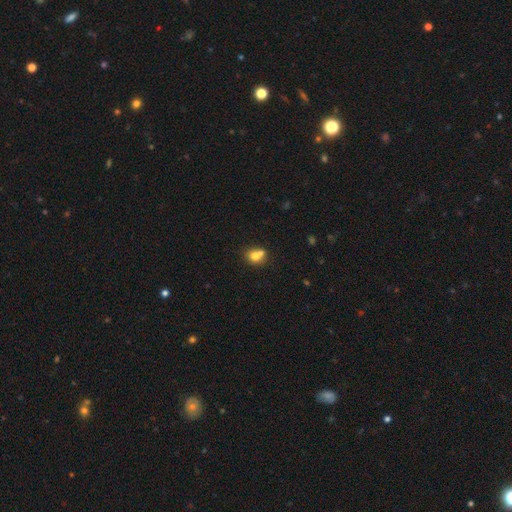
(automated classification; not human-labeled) smooth 73%, featured or disk 16%, star or artifact 11%. Down the decision tree: how rounded — round (66%); merging — merger (50%).